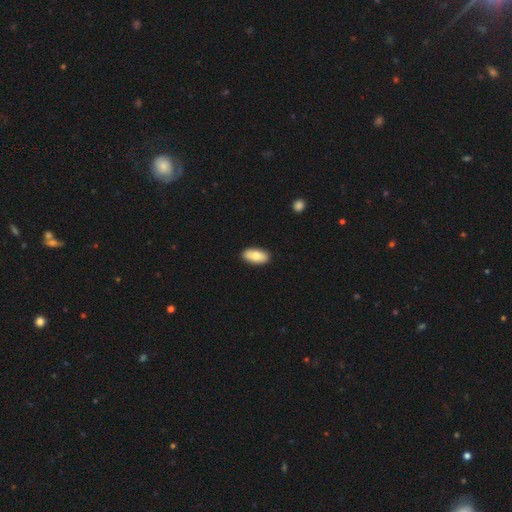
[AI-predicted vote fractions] smooth 77%, featured or disk 18%, star or artifact 6%. Down the decision tree: how rounded — in between (93%); merging — none (89%).